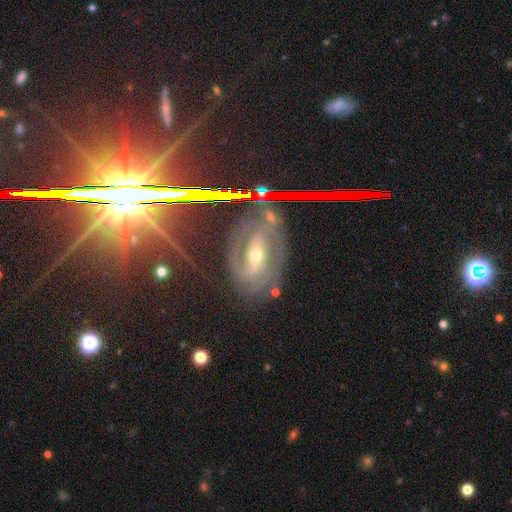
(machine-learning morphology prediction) smooth-or-featured: featured or disk: 82% | star or artifact: 11% | smooth: 7%
  disk-edge-on: no: 96% | yes: 4%
    bar: strong: 45% | weak: 35% | no: 20%
    has-spiral-arms: yes: 94% | no: 6%
      spiral-winding: tight: 50% | medium: 40% | loose: 10%
      spiral-arm-count: 2: 74% | can't tell: 10% | 3: 8% | 1: 3% | 4: 2% | more than 4: 2%
    bulge-size: moderate: 59% | small: 36% | large: 3% | none: 1% | dominant: 1%
  merging: none: 69% | minor disturbance: 17% | major disturbance: 10% | merger: 4%